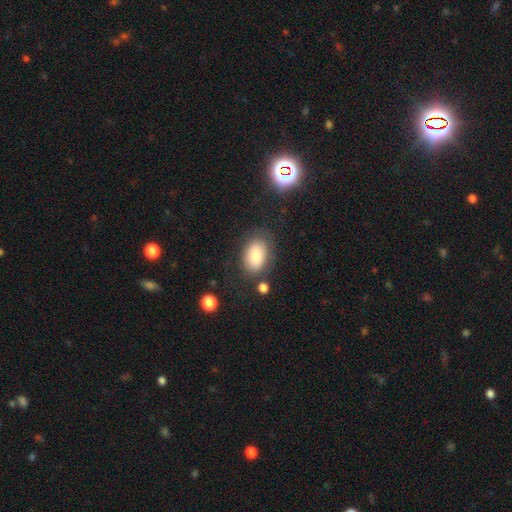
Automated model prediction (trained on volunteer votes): Morphology: type=smooth (81%); roundness=in between (88%); merging=none (70%).